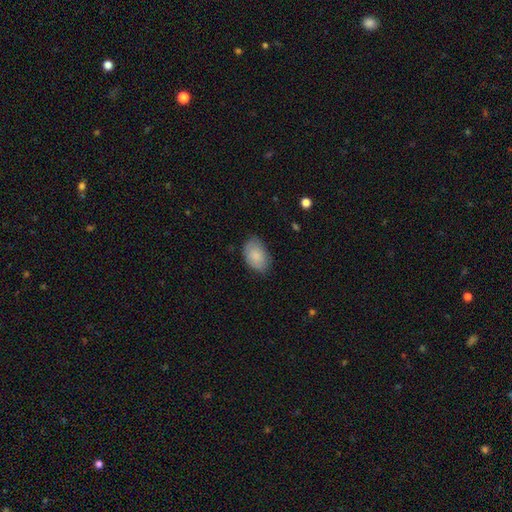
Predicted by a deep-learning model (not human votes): This appears to be a smooth galaxy with no disk features (84%) that is in between round and cigar-shaped (89%). Merging: none (75%).